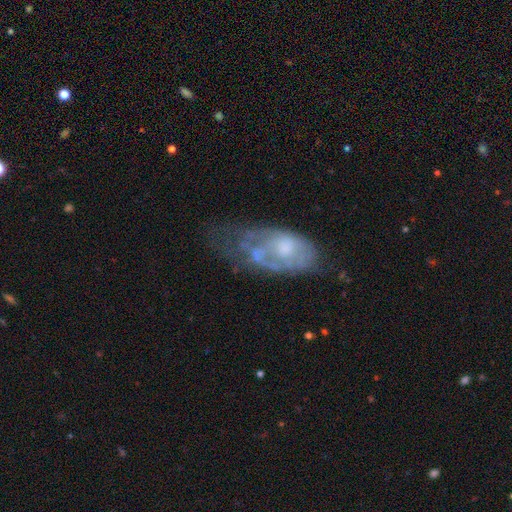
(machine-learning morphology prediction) The model was most divided on "merging": none: 32%, major disturbance: 31%, minor disturbance: 31%, merger: 6%. Remaining: edge-on disk — no (93%); bar — no (82%); spiral arms — no (67%); smooth or featured — featured or disk (59%); bulge size — moderate (46%).